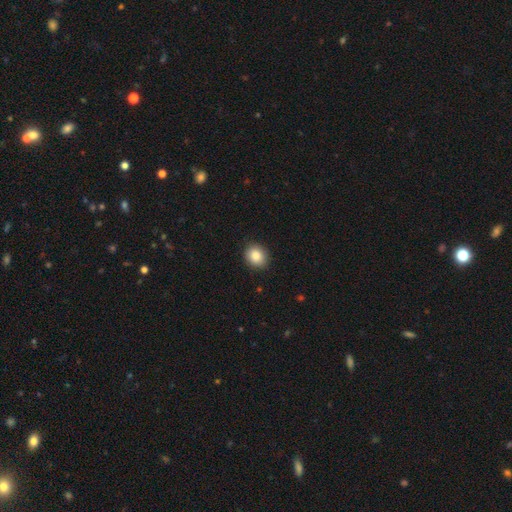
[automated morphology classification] smooth 86%, star or artifact 9%, featured or disk 6%. Down the decision tree: how rounded — round (69%); merging — none (90%).